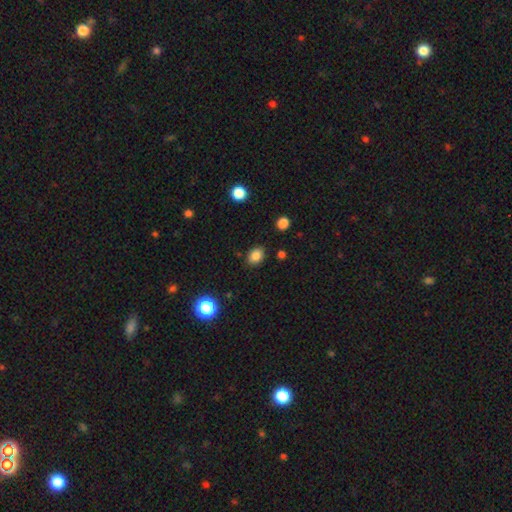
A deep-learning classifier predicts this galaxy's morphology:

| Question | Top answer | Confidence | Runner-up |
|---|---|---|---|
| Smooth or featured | smooth | 83% | star or artifact (12%) |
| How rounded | in between | 63% | round (36%) |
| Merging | none | 84% | minor disturbance (11%) |